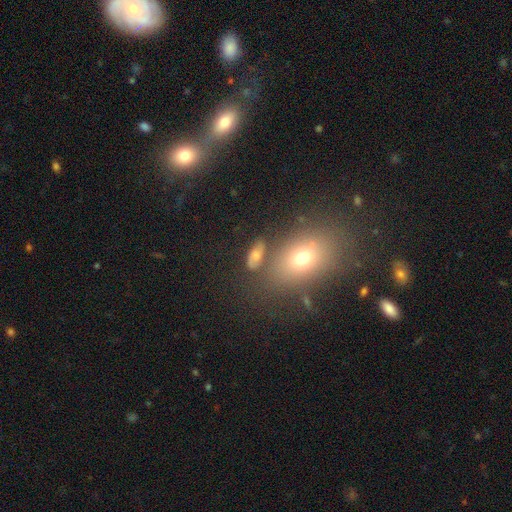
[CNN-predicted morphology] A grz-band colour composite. It shows a smooth galaxy with no disk features (53%) that is in between round and cigar-shaped (79%). Merging: none (62%).